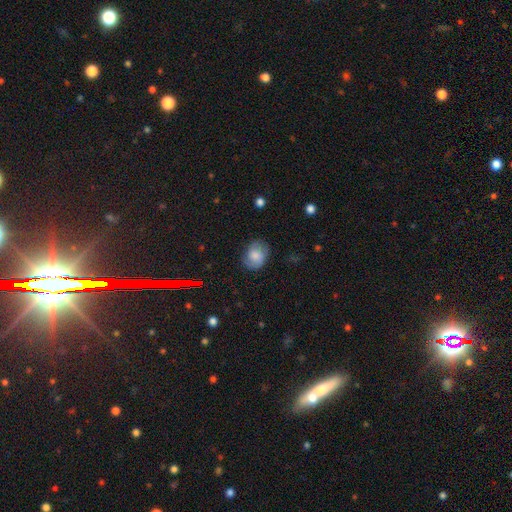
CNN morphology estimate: smooth_or_featured: smooth (p=0.69) [alt: featured or disk p=0.22]
how_rounded: in between (p=0.57) [alt: round p=0.42]
merging: none (p=0.72) [alt: minor disturbance p=0.21]